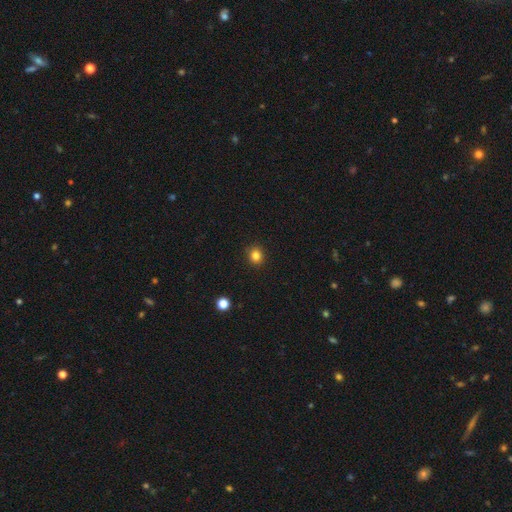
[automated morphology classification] Smooth or featured? Predicted: smooth (p=0.83). How rounded? Predicted: round (p=0.82). Merging? Predicted: none (p=0.91).